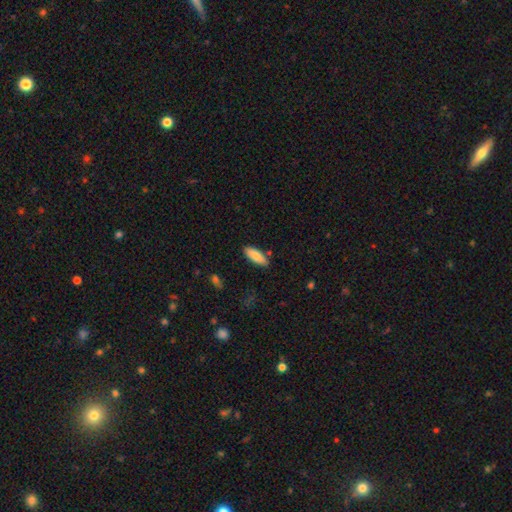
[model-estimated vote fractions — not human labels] A smooth galaxy with no disk features (83%) that is in between round and cigar-shaped (71%).

Vote fractions:
- Smooth or featured? smooth: 83% / featured or disk: 11% / star or artifact: 6%
- How rounded? in between: 71% / cigar-shaped: 28% / round: 2%
- Merging? none: 85% / minor disturbance: 10% / merger: 2% / major disturbance: 2%